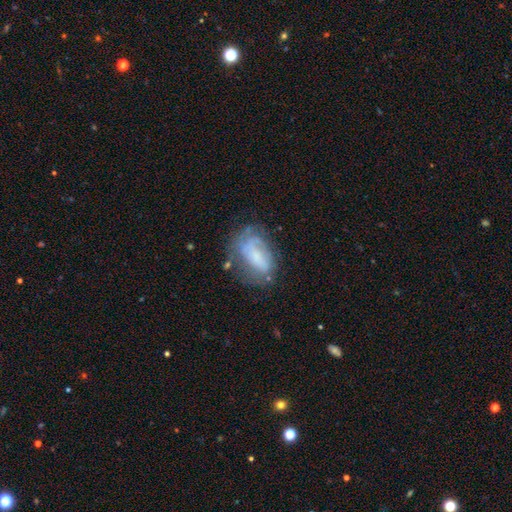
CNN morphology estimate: featured or disk 48%, smooth 42%, star or artifact 10%. Down the decision tree: merging — none (49%).